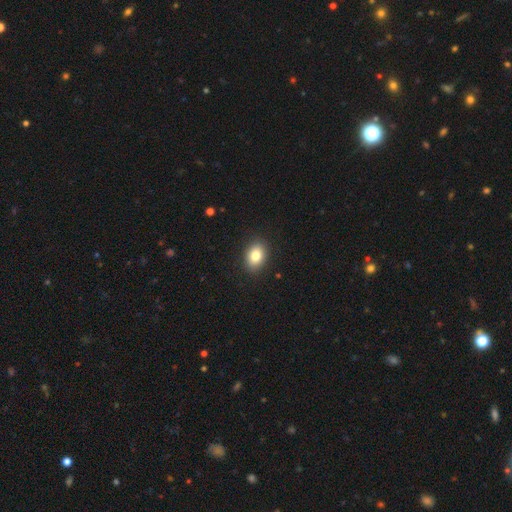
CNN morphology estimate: The model was most divided on "how rounded": in between: 73%, round: 26%, cigar-shaped: 1%. More confident: merging — none (89%); smooth or featured — smooth (82%).